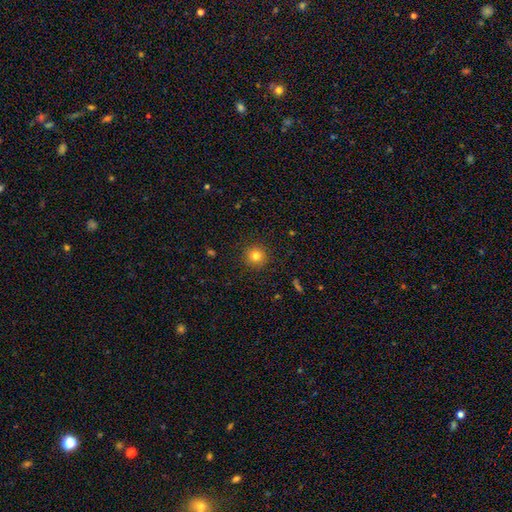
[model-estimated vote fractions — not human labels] The model was most divided on "smooth or featured": smooth: 80%, star or artifact: 13%, featured or disk: 7%. More confident: how rounded — round (95%); merging — none (91%).